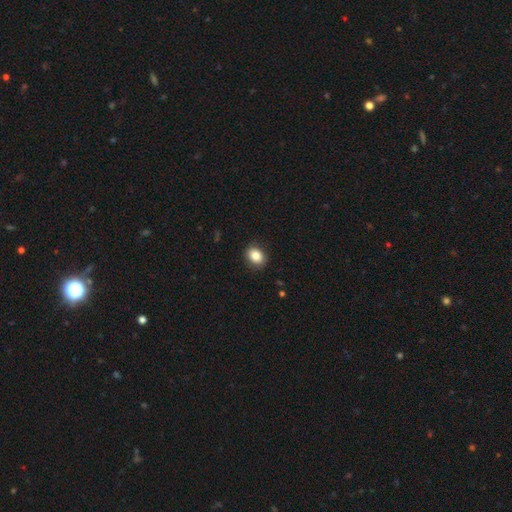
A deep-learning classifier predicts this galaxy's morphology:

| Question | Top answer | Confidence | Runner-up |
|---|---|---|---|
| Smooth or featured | smooth | 85% | star or artifact (9%) |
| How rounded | in between | 58% | round (41%) |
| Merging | none | 87% | minor disturbance (10%) |